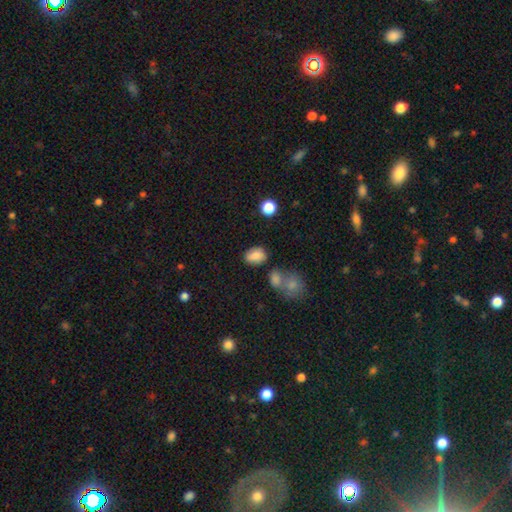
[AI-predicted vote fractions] A smooth galaxy with no disk features (82%) that is in between round and cigar-shaped (73%).

Vote fractions:
- Smooth or featured? smooth: 82% / star or artifact: 9% / featured or disk: 9%
- How rounded? in between: 73% / round: 25% / cigar-shaped: 1%
- Merging? none: 72% / minor disturbance: 16% / merger: 8% / major disturbance: 4%